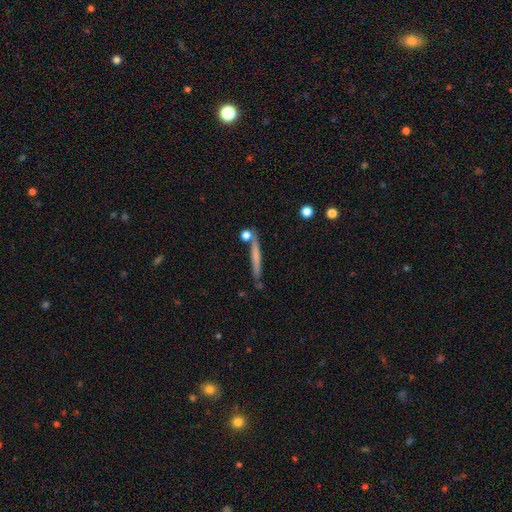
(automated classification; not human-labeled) A smooth galaxy with no disk features (54%) that is cigar-shaped (95%).

Vote fractions:
- Smooth or featured? smooth: 54% / featured or disk: 39% / star or artifact: 7%
- How rounded? cigar-shaped: 95% / in between: 3% / round: 2%
- Merging? none: 78% / minor disturbance: 11% / merger: 7% / major disturbance: 3%